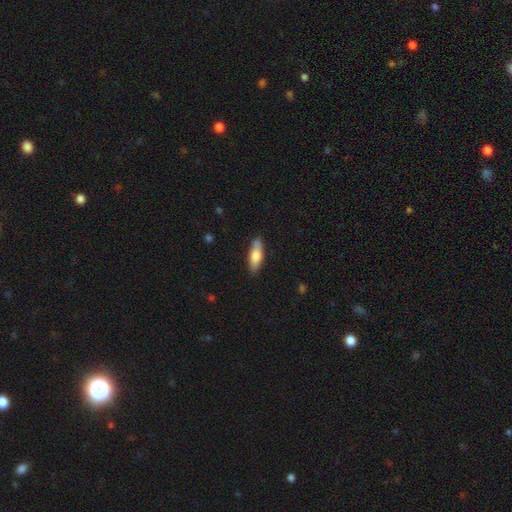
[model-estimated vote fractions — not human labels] The model was most divided on "how rounded": in between: 60%, cigar-shaped: 38%, round: 2%. More confident: merging — none (82%); smooth or featured — smooth (75%).